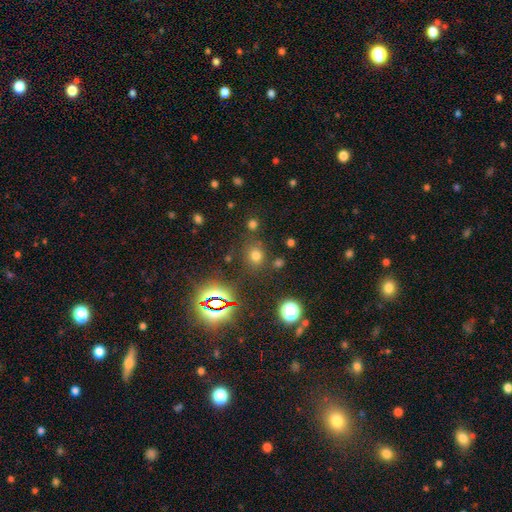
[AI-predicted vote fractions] Morphology: type=smooth (66%); roundness=round (78%); merging=none (79%).